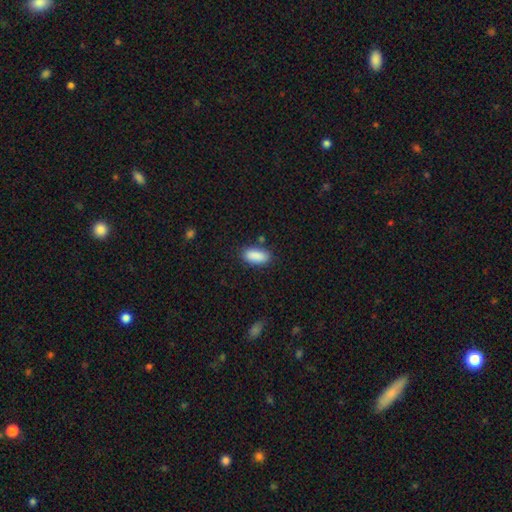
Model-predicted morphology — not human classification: smooth 89%, star or artifact 7%, featured or disk 4%. Down the decision tree: how rounded — in between (88%); merging — none (81%).